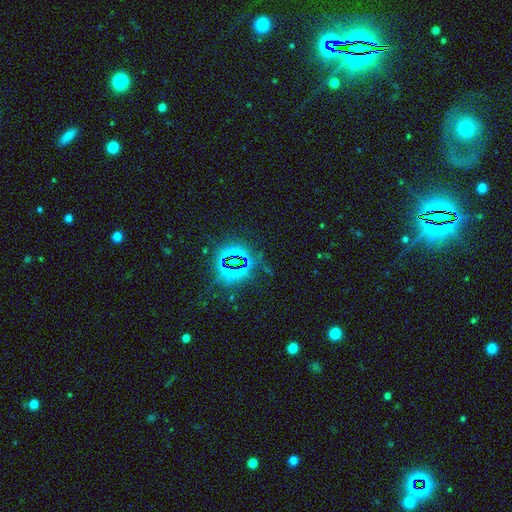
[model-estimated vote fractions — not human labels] A star or artifact, not a galaxy (79%).